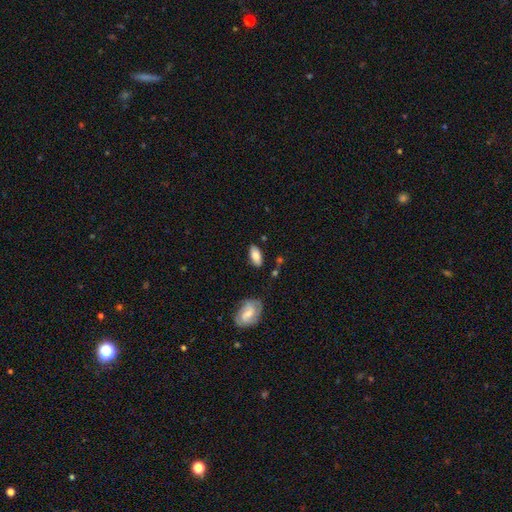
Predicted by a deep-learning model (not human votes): Smooth or featured? Predicted: smooth (p=0.79). How rounded? Predicted: in between (p=0.90). Merging? Predicted: none (p=0.80).